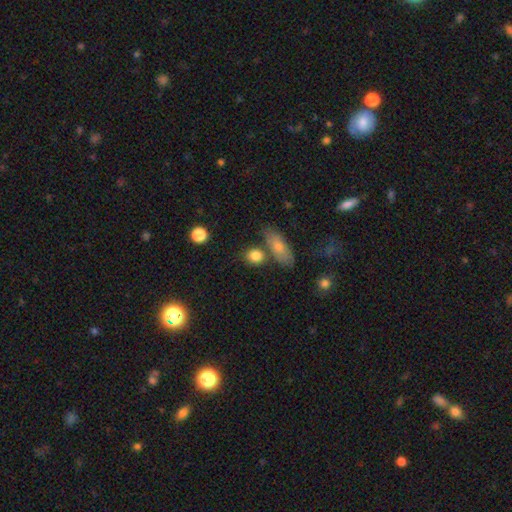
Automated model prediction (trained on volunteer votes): A smooth galaxy with no disk features (84%) that is round (64%). Merging: none (66%).